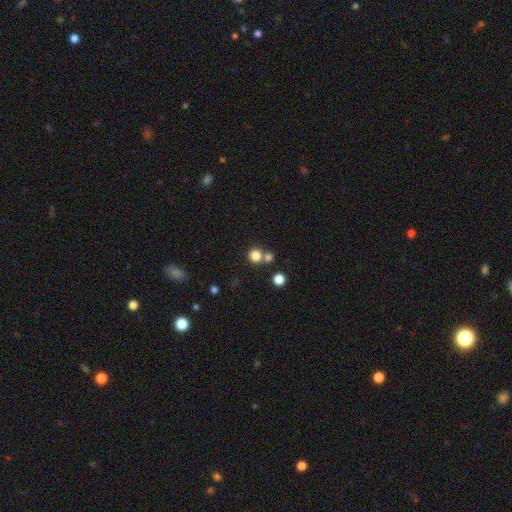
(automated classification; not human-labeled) This appears to be a smooth galaxy with no disk features (81%) that is round (91%). Merging: none (60%).